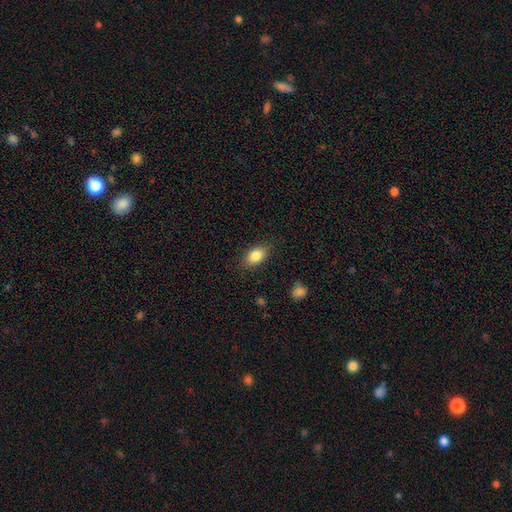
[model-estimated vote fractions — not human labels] smooth-or-featured: smooth: 85% | star or artifact: 8% | featured or disk: 7%
  how-rounded: in between: 84% | round: 14% | cigar-shaped: 2%
  merging: none: 84% | minor disturbance: 12% | major disturbance: 3% | merger: 1%